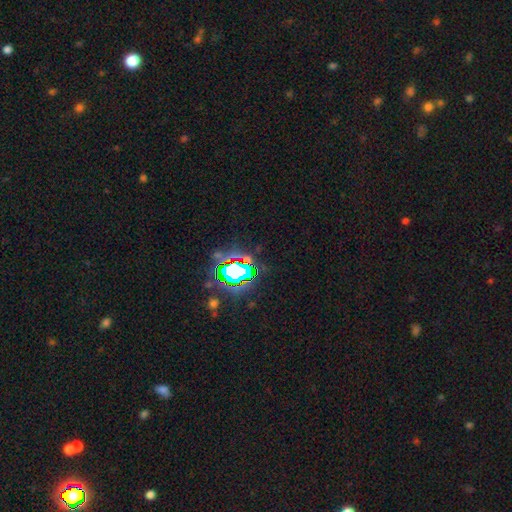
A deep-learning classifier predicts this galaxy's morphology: Smooth or featured: star or artifact — 80% (smooth — 12%)